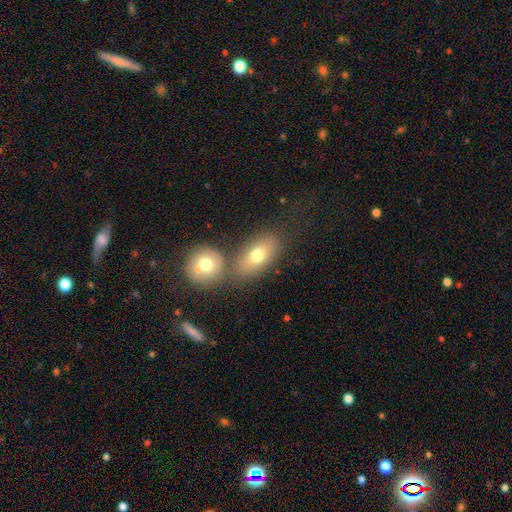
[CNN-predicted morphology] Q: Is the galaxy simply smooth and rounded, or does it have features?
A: smooth — 61%.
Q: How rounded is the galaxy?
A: in between — 76%.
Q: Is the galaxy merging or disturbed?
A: none — 48%.